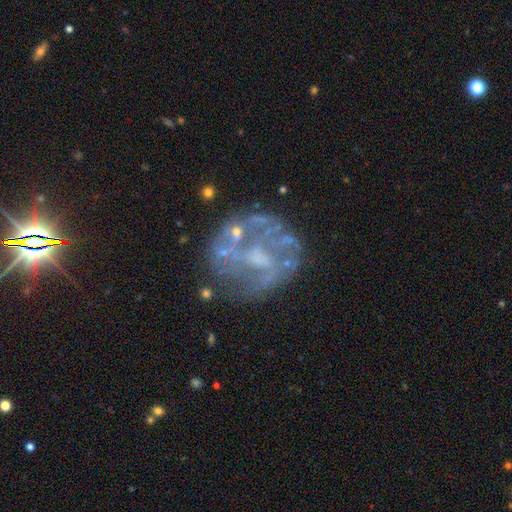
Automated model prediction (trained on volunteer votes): Smooth or featured: featured or disk — 73% (star or artifact — 14%)
Edge-on disk: no — 97% (yes — 3%)
Bar: no — 62% (weak — 29%)
Spiral arms: no — 60% (yes — 40%)
Bulge size: none — 34% (small — 33%)
Merging: none — 61% (minor disturbance — 17%)